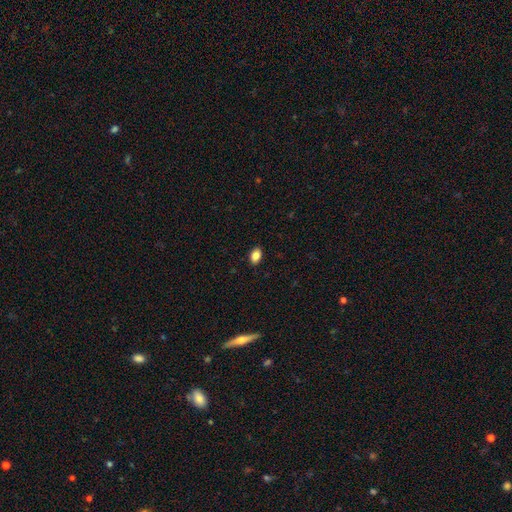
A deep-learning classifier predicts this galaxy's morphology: A smooth galaxy with no disk features (86%) that is in between round and cigar-shaped (85%). Merging: none (89%).